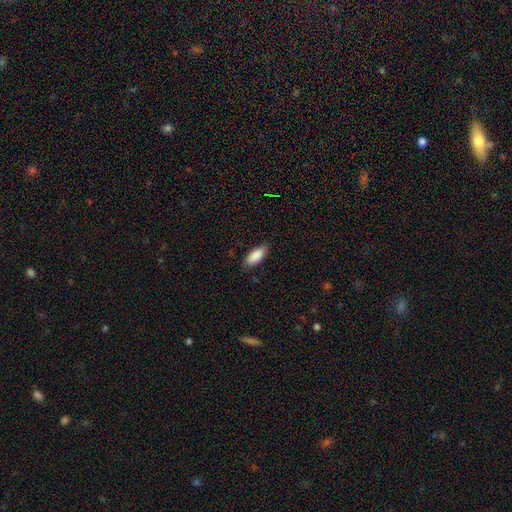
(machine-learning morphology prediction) Smooth or featured? Predicted: smooth (p=0.88). How rounded? Predicted: in between (p=0.83). Merging? Predicted: none (p=0.84).